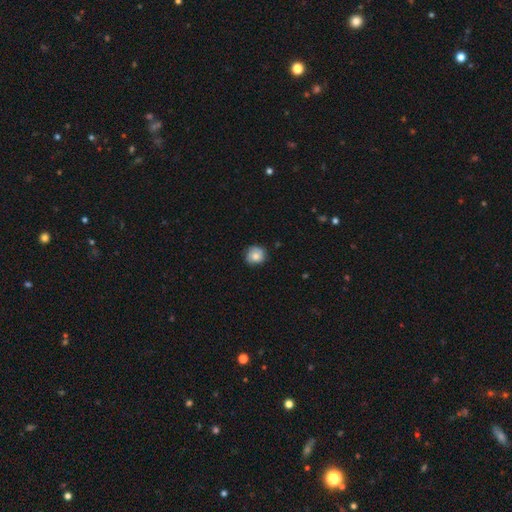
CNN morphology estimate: smooth 72%, featured or disk 20%, star or artifact 8%. Down the decision tree: how rounded — round (86%); merging — none (75%).